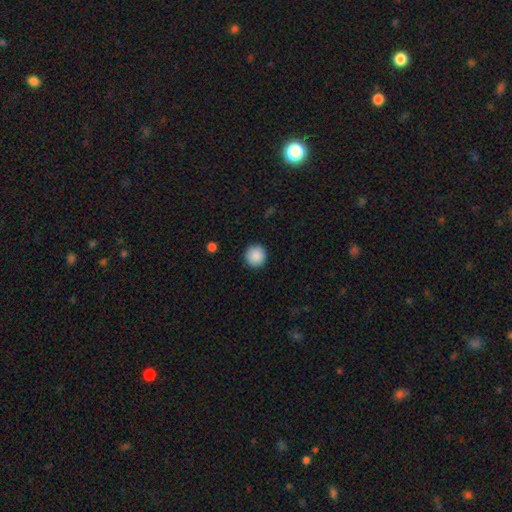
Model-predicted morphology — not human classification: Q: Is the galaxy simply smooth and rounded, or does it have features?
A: smooth — 89%.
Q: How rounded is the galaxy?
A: round — 95%.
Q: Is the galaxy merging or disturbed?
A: none — 92%.